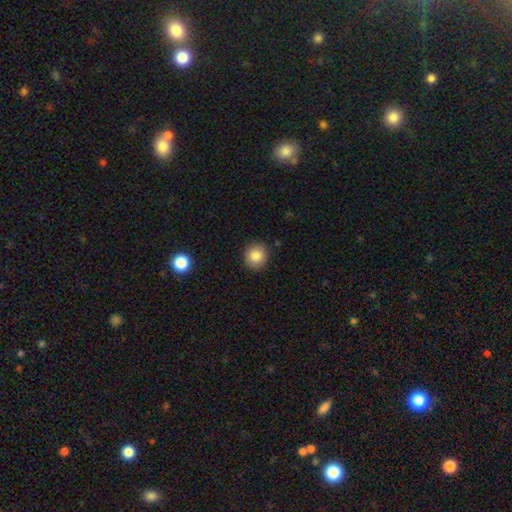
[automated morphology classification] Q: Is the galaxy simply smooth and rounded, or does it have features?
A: smooth — 86%.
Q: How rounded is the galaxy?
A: round — 90%.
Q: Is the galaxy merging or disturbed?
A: none — 90%.